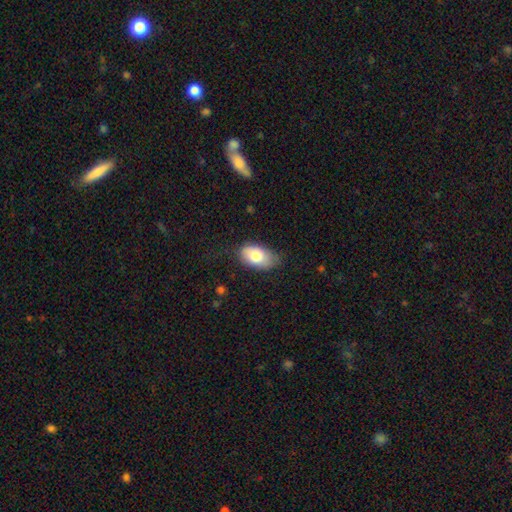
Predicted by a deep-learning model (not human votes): A smooth galaxy with no disk features (80%) that is in between round and cigar-shaped (93%).

Vote fractions:
- Smooth or featured? smooth: 80% / featured or disk: 14% / star or artifact: 7%
- How rounded? in between: 93% / round: 6% / cigar-shaped: 2%
- Merging? none: 67% / minor disturbance: 26% / major disturbance: 6% / merger: 1%